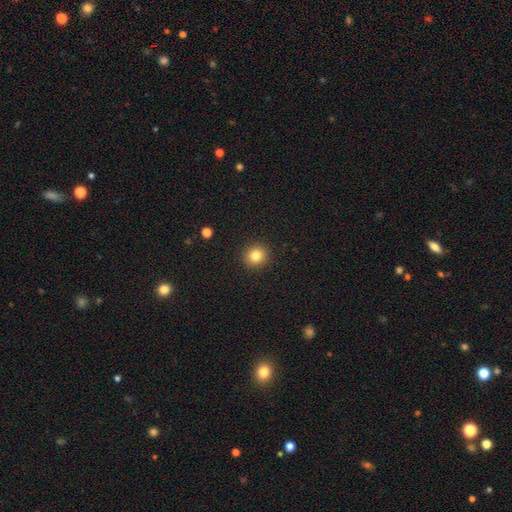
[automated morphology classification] Overall: smooth (82%). How rounded: round (90%). Merging: none (92%).